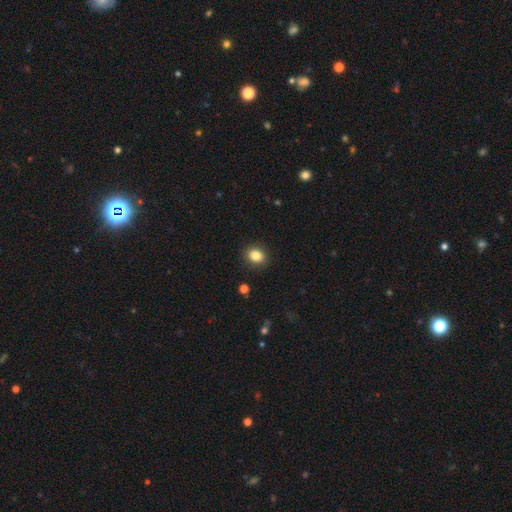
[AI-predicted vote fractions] The model was most divided on "how rounded": round: 58%, in between: 41%, cigar-shaped: 1%. More confident: merging — none (90%); smooth or featured — smooth (85%).